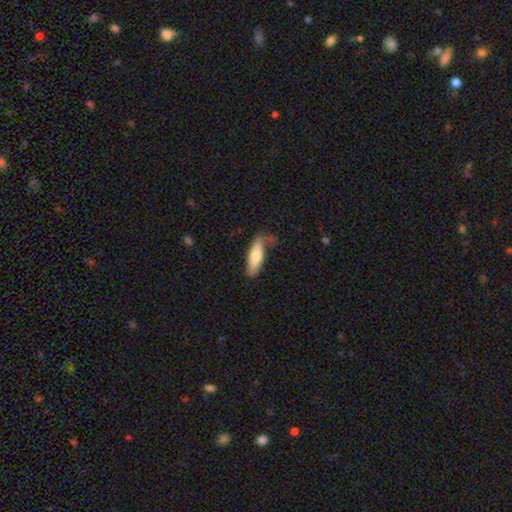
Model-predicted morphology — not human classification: The model was most divided on "how rounded": in between: 50%, cigar-shaped: 48%, round: 2%. More confident: smooth or featured — smooth (73%); merging — none (61%).